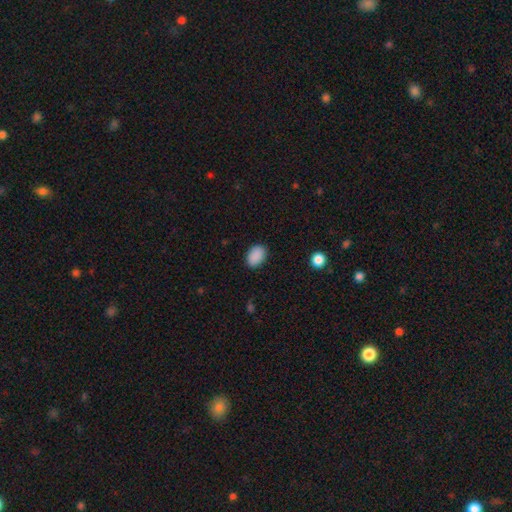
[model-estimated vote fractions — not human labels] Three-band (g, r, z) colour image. It shows a smooth galaxy with no disk features (90%) that is in between round and cigar-shaped (84%). Merging: none (87%).